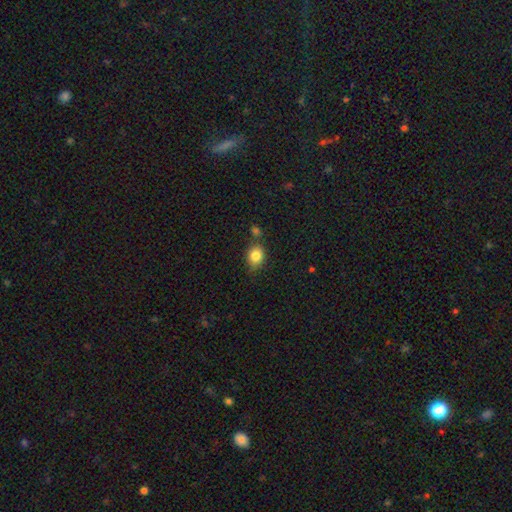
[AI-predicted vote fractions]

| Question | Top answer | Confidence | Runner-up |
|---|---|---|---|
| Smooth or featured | smooth | 84% | star or artifact (9%) |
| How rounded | round | 50% | in between (49%) |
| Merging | none | 67% | minor disturbance (17%) |